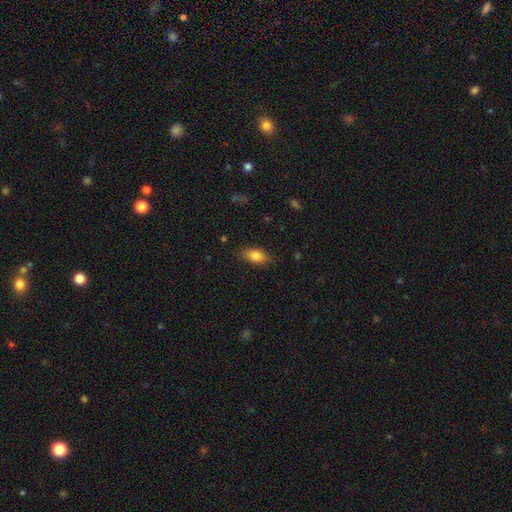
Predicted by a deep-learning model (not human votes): A smooth galaxy with no disk features (82%) that is in between round and cigar-shaped (87%). Merging: none (85%).